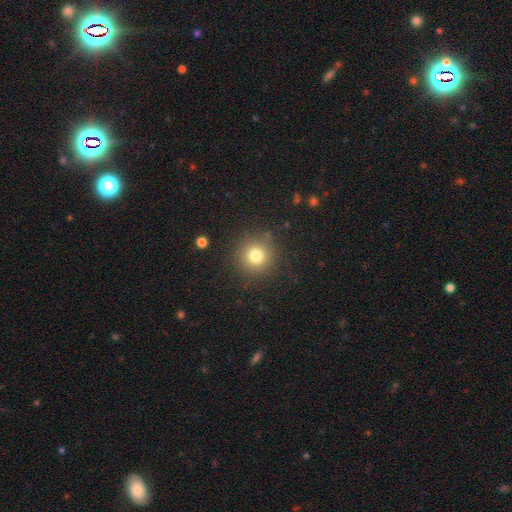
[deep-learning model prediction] A smooth galaxy with no disk features (78%) that is round (94%). Merging: none (87%).